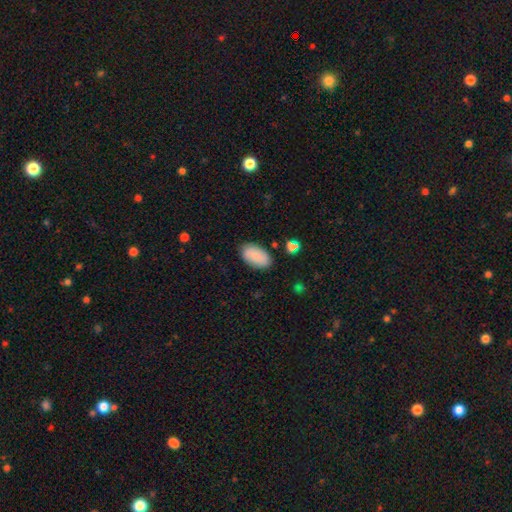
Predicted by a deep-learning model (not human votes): This is clearly a smooth galaxy (86%). How rounded: clearly in between (95%). Merging: clearly none (83%).